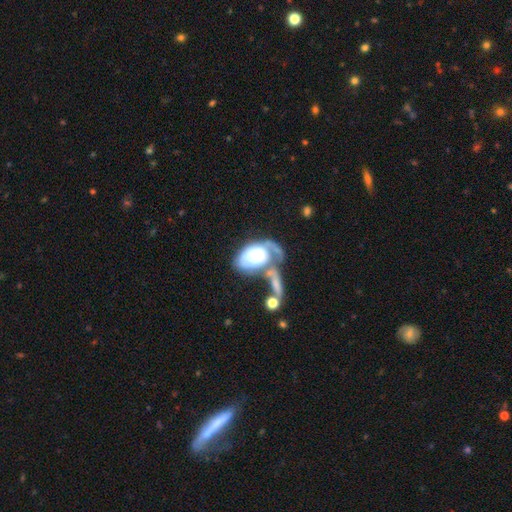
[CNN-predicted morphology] Q: Smooth or featured?
A: featured or disk (47%); runner-up: smooth (46%)
Q: Merging?
A: merger (40%); runner-up: major disturbance (31%)